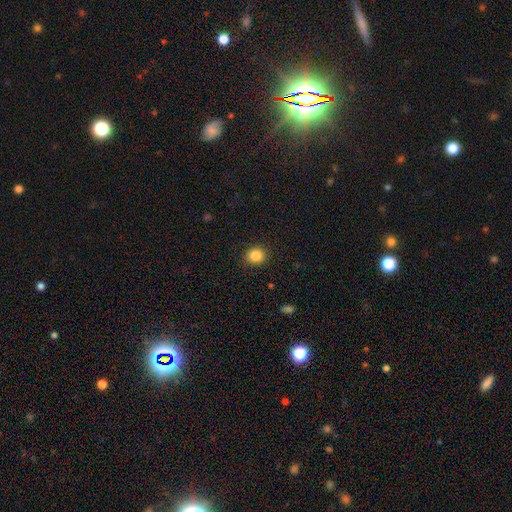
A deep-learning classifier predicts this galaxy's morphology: smooth-or-featured: smooth: 85% | star or artifact: 10% | featured or disk: 5%
  how-rounded: round: 79% | in between: 20% | cigar-shaped: 1%
  merging: none: 90% | minor disturbance: 7% | major disturbance: 2% | merger: 1%